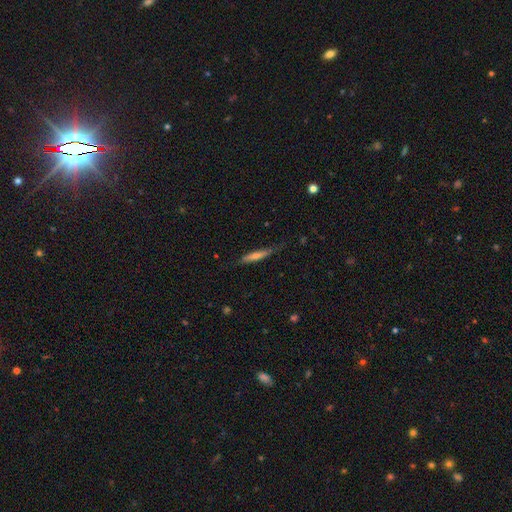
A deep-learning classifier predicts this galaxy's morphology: Overall: smooth (52%; featured or disk 42%). How rounded: cigar-shaped (91%). Merging: none (72%).